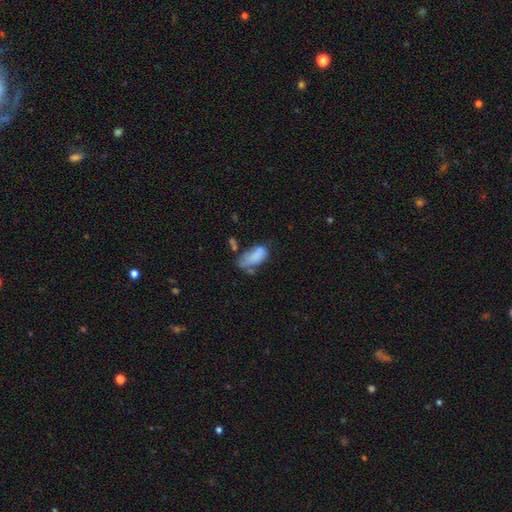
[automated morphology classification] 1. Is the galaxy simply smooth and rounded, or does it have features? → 73% smooth, 17% featured or disk, 9% star or artifact.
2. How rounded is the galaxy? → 88% in between, 9% cigar-shaped, 3% round.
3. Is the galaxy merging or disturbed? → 31% none, 29% minor disturbance, 24% major disturbance, 16% merger.